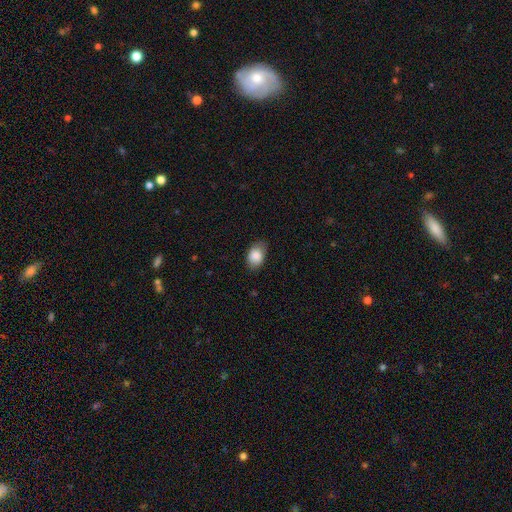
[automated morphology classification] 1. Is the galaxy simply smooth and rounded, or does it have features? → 86% smooth, 7% star or artifact, 7% featured or disk.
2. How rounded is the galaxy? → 85% in between, 14% round, 1% cigar-shaped.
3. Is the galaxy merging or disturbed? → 76% none, 19% minor disturbance, 4% major disturbance, 1% merger.